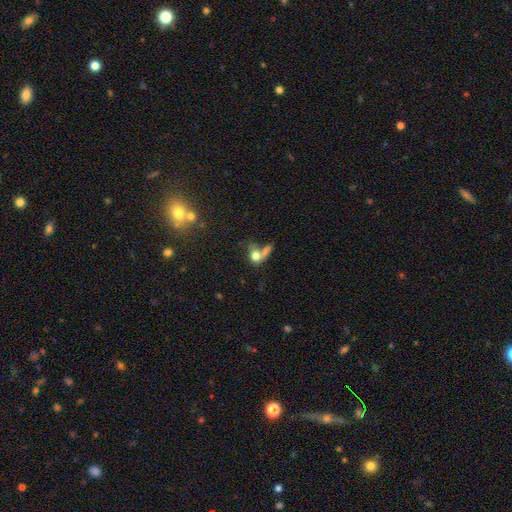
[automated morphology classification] Smooth or featured?
  - smooth: 68% *
  - featured or disk: 21%
  - star or artifact: 11%
How rounded?
  - in between: 50% *
  - round: 45%
  - cigar-shaped: 5%
Merging?
  - merger: 48% *
  - none: 23%
  - major disturbance: 19%
  - minor disturbance: 11%